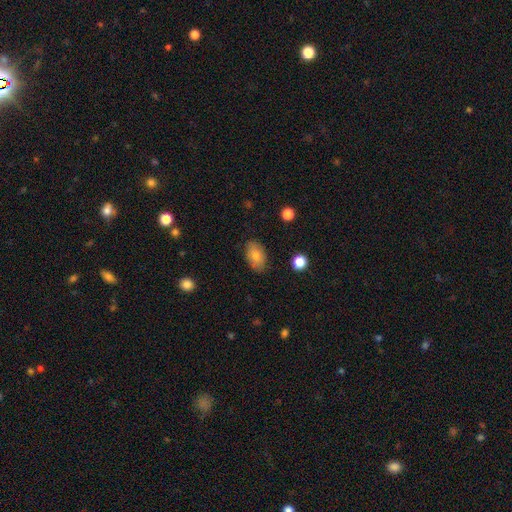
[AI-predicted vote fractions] Smooth or featured? smooth (78%)
How rounded? in between (90%)
Merging? none (82%)